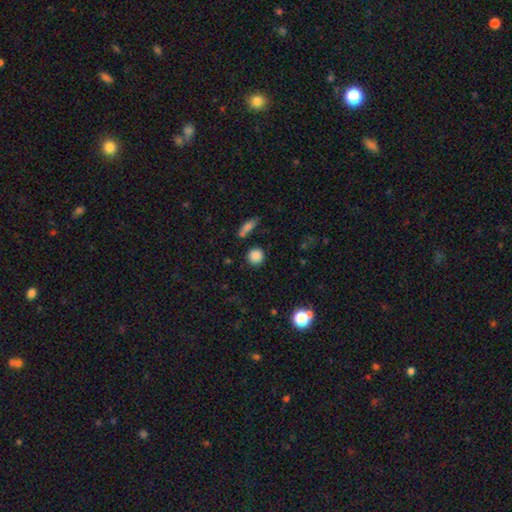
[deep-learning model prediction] Q: Smooth or featured?
A: smooth (84%); runner-up: star or artifact (11%)
Q: How rounded?
A: round (91%); runner-up: in between (8%)
Q: Merging?
A: none (82%); runner-up: minor disturbance (9%)